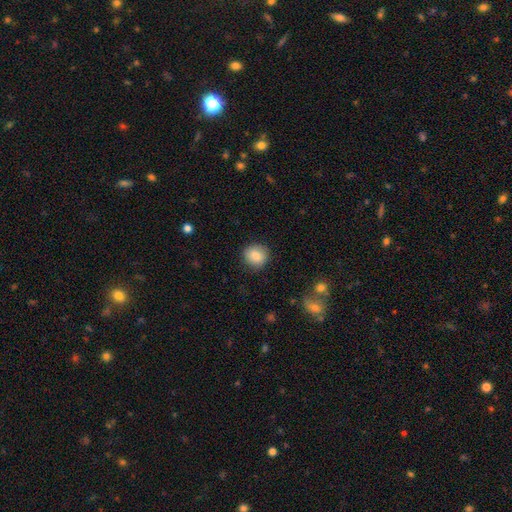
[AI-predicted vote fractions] smooth-or-featured: smooth: 84% | star or artifact: 8% | featured or disk: 8%
  how-rounded: round: 88% | in between: 11% | cigar-shaped: 1%
  merging: none: 87% | minor disturbance: 9% | major disturbance: 3% | merger: 1%